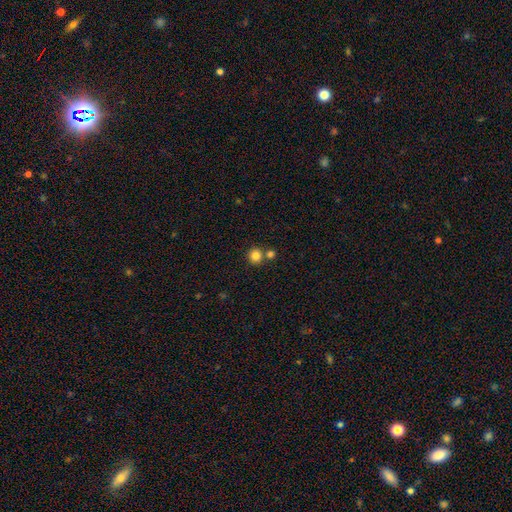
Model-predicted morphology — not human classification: The model was most divided on "merging": none: 70%, merger: 22%, minor disturbance: 6%, major disturbance: 2%. More confident: how rounded — round (92%); smooth or featured — smooth (83%).